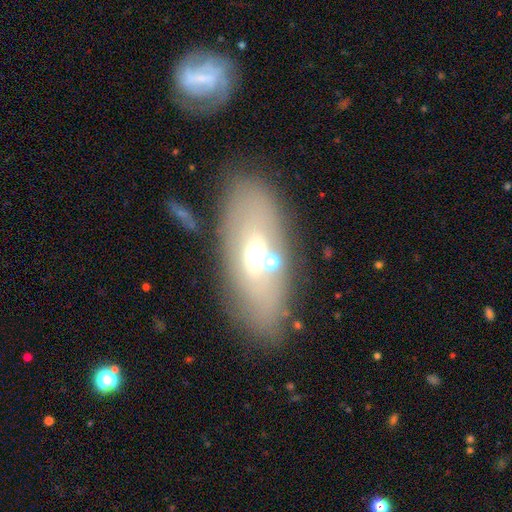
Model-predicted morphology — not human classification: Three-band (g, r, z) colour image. It shows a featured or disk galaxy (45%). Merging: none (74%).